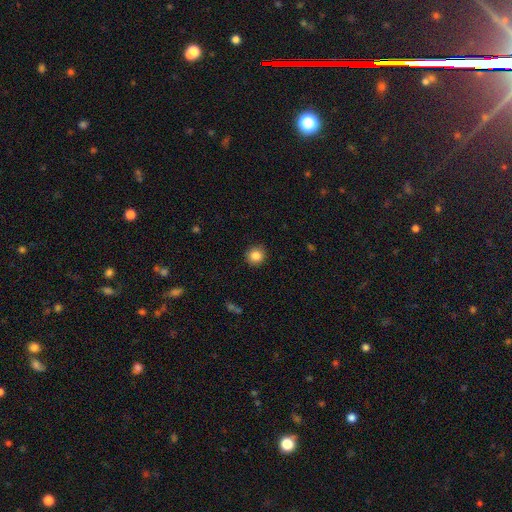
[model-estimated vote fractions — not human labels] Smooth or featured?
  - smooth: 86% *
  - star or artifact: 10%
  - featured or disk: 4%
How rounded?
  - round: 93% *
  - in between: 6%
  - cigar-shaped: 1%
Merging?
  - none: 91% *
  - minor disturbance: 6%
  - major disturbance: 2%
  - merger: 1%